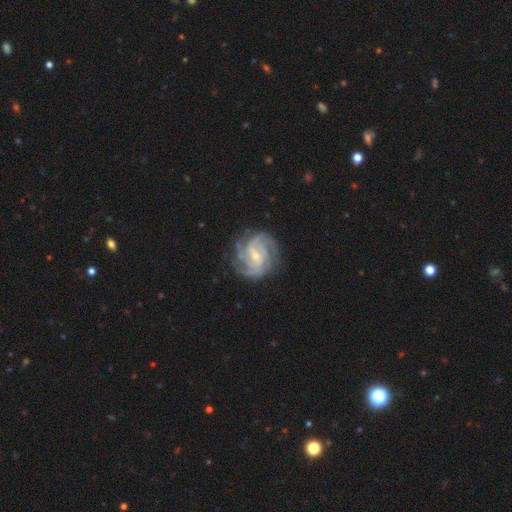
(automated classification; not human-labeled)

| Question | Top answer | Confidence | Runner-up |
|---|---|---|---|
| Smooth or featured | featured or disk | 90% | smooth (5%) |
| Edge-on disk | no | 98% | yes (2%) |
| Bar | weak | 51% | no (33%) |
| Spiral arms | yes | 98% | no (2%) |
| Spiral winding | tight | 60% | medium (34%) |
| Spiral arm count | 3 | 30% | 4 (27%) |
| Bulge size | small | 61% | moderate (34%) |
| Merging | none | 79% | minor disturbance (15%) |